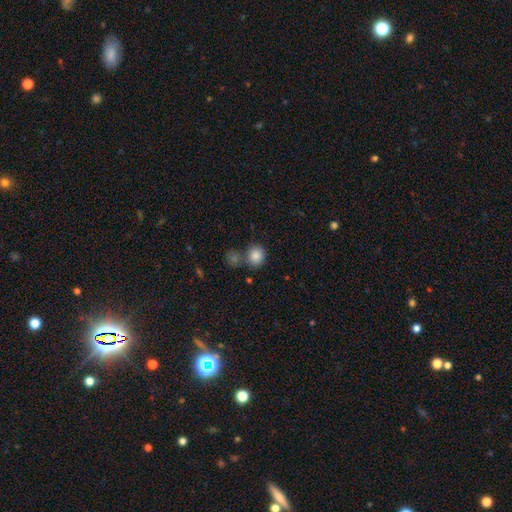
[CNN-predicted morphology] This appears to be a smooth galaxy with no disk features (85%) that is round (83%). Merging: none (59%).